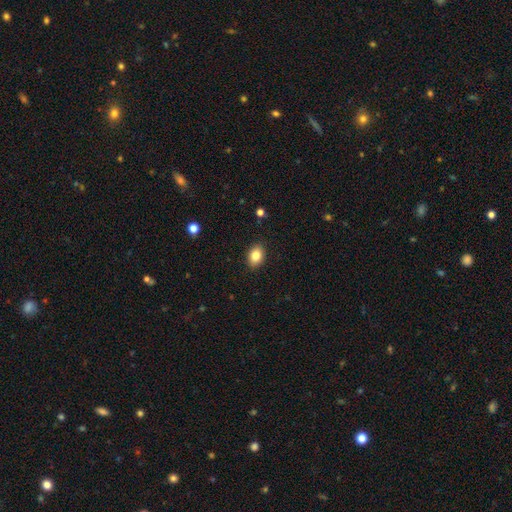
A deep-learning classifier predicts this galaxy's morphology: This appears to be a smooth galaxy with no disk features (84%) that is in between round and cigar-shaped (75%). Merging: none (90%).